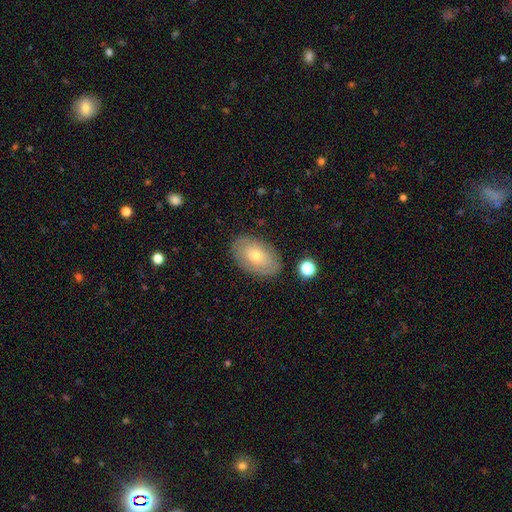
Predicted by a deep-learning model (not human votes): Smooth or featured? Predicted: smooth (p=0.57). How rounded? Predicted: in between (p=0.90). Merging? Predicted: none (p=0.84).